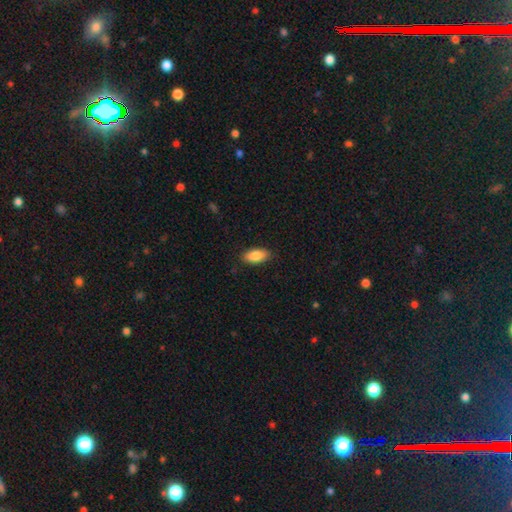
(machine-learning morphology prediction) smooth_or_featured: smooth (p=0.87) [alt: featured or disk p=0.07]
how_rounded: in between (p=0.90) [alt: cigar-shaped p=0.07]
merging: none (p=0.87) [alt: minor disturbance p=0.10]